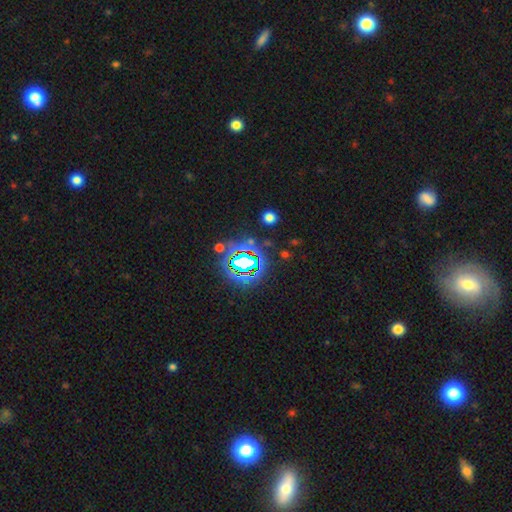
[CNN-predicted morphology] Smooth or featured: star or artifact — 79% (smooth — 13%)